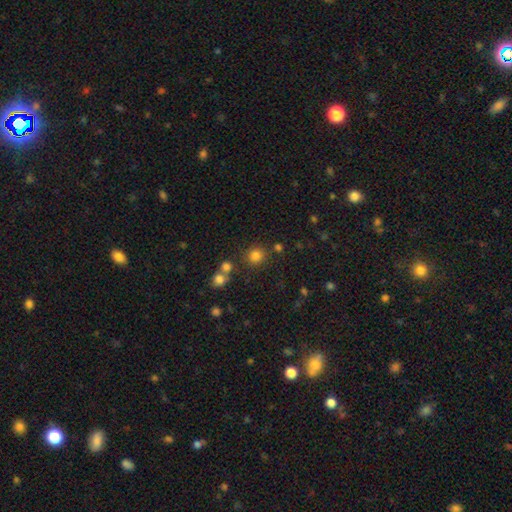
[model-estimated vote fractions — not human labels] Smooth or featured: smooth — 80% (star or artifact — 14%)
How rounded: round — 92% (in between — 7%)
Merging: none — 78% (merger — 10%)